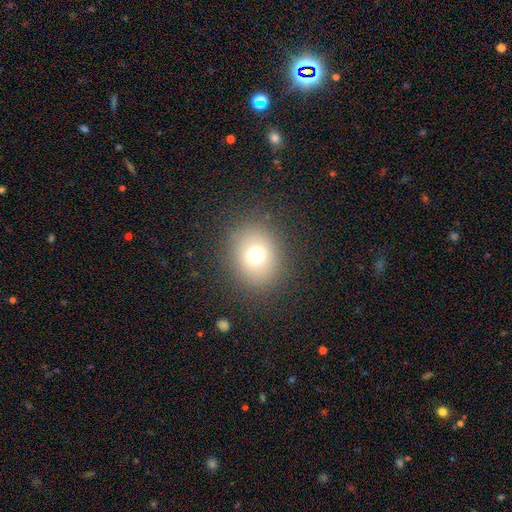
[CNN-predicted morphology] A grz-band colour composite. It shows a smooth galaxy with no disk features (68%) that is round (69%). Merging: none (85%).